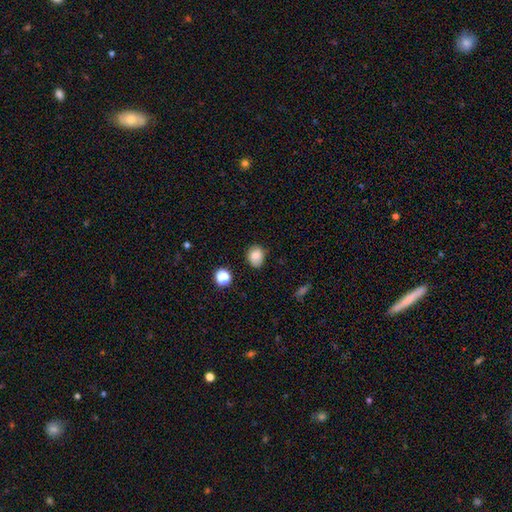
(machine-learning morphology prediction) Smooth or featured?
  - smooth: 81% *
  - star or artifact: 11%
  - featured or disk: 8%
How rounded?
  - in between: 55% *
  - round: 44%
  - cigar-shaped: 1%
Merging?
  - none: 76% *
  - minor disturbance: 18%
  - major disturbance: 4%
  - merger: 2%